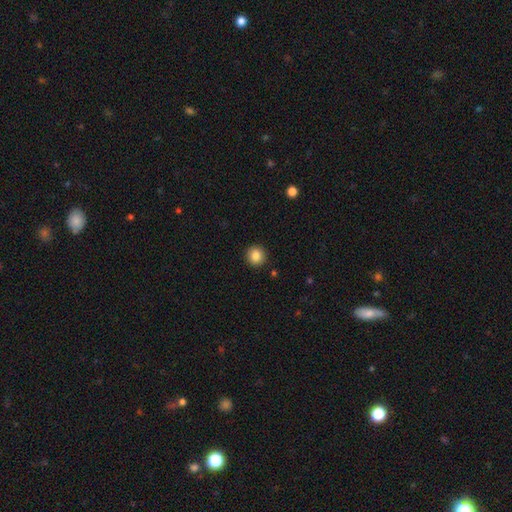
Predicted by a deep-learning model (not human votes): The model was most divided on "smooth or featured": smooth: 86%, star or artifact: 10%, featured or disk: 5%. More confident: how rounded — round (93%); merging — none (92%).